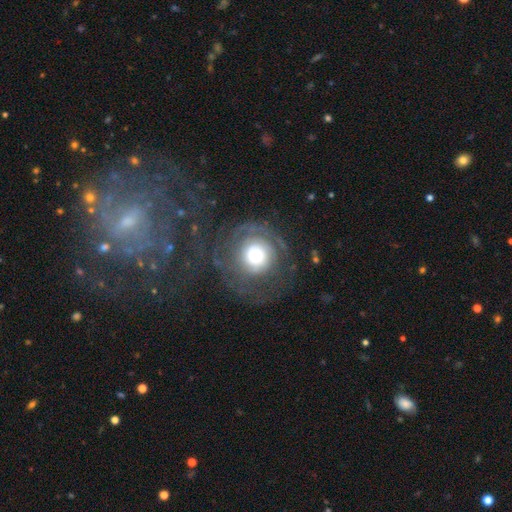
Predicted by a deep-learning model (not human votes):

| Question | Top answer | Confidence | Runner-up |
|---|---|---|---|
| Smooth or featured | featured or disk | 69% | smooth (22%) |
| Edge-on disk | no | 97% | yes (3%) |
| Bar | no | 83% | weak (13%) |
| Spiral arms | yes | 85% | no (15%) |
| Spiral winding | tight | 56% | medium (29%) |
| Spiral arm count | can't tell | 33% | 2 (29%) |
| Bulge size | large | 45% | moderate (28%) |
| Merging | none | 63% | major disturbance (21%) |